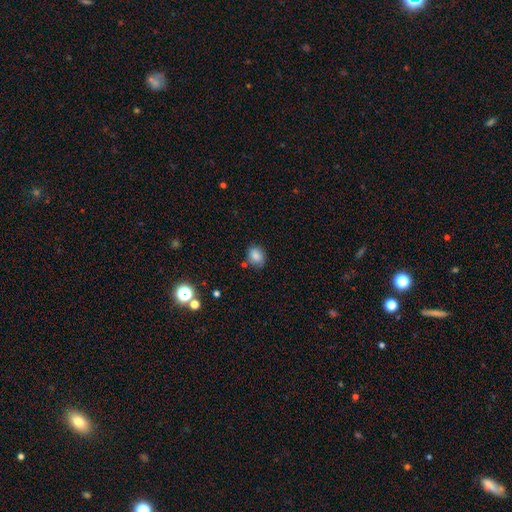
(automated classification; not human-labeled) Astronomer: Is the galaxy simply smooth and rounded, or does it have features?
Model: smooth — 83%.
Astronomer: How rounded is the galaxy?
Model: in between — 53% (runner-up: round, 45%).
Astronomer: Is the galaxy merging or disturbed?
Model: none — 75%.